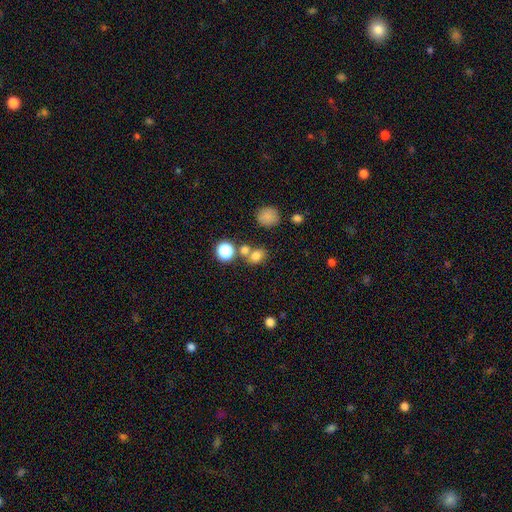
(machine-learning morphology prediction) This appears to be a smooth galaxy with no disk features (75%) that is round (51%). Merging: none (56%).